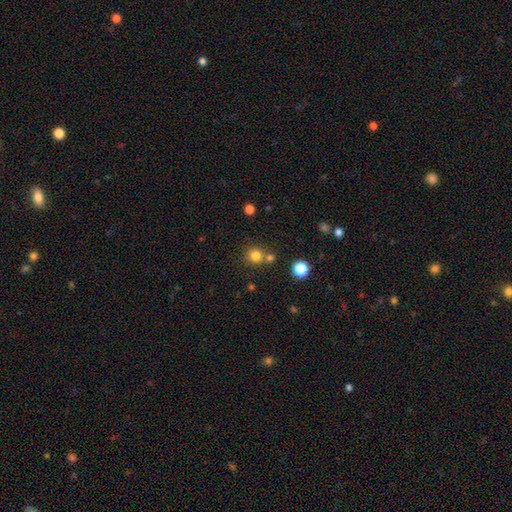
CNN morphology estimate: smooth 80%, star or artifact 14%, featured or disk 6%. Down the decision tree: how rounded — round (90%); merging — none (68%).